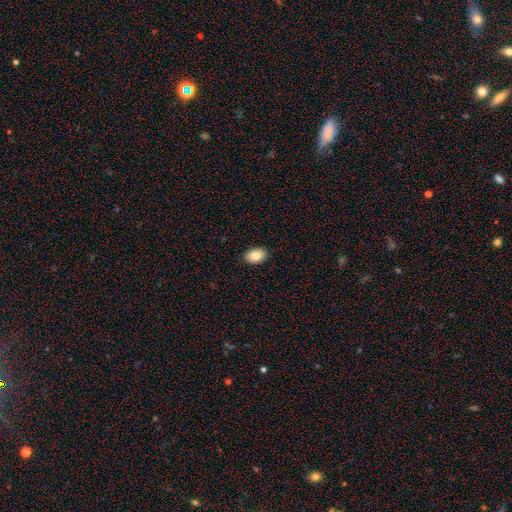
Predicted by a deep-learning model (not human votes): A smooth galaxy with no disk features (85%) that is in between round and cigar-shaped (87%).

Vote fractions:
- Smooth or featured? smooth: 85% / featured or disk: 8% / star or artifact: 7%
- How rounded? in between: 87% / round: 12% / cigar-shaped: 1%
- Merging? none: 90% / minor disturbance: 7% / major disturbance: 2% / merger: 1%